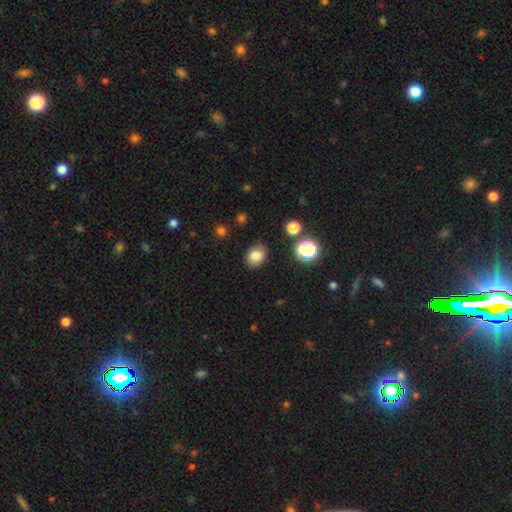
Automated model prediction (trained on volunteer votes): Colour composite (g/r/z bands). It shows a smooth galaxy with no disk features (81%) that is in between round and cigar-shaped (62%). Merging: none (83%).